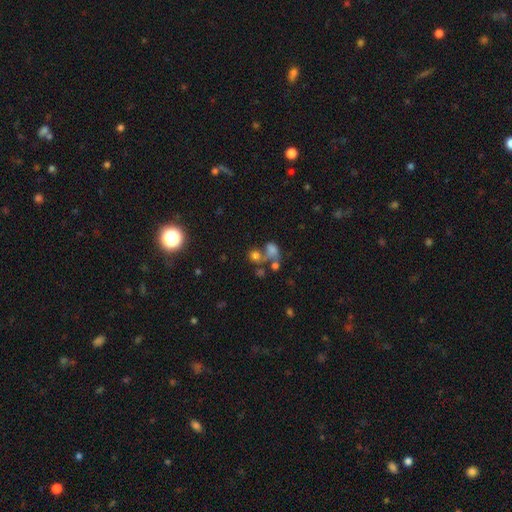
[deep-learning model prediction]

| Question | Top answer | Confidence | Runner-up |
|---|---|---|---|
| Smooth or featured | smooth | 67% | star or artifact (19%) |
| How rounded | round | 70% | in between (29%) |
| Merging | merger | 42% | none (38%) |